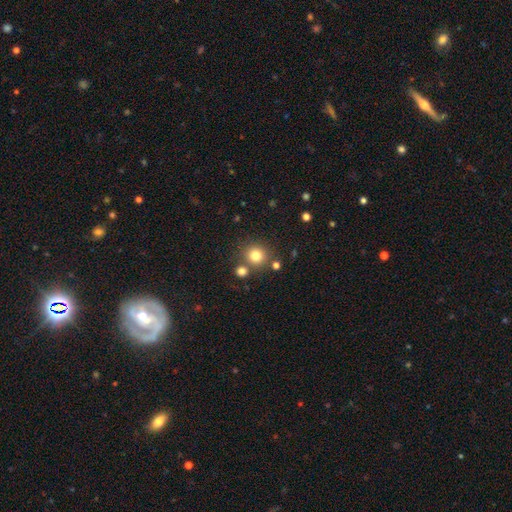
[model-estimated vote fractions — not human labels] Smooth or featured: smooth — 79% (star or artifact — 13%)
How rounded: round — 90% (in between — 9%)
Merging: none — 74% (merger — 14%)